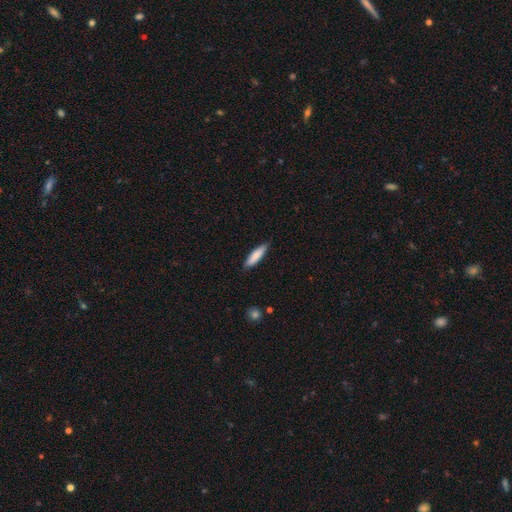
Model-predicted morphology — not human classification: Smooth or featured: smooth — 82% (featured or disk — 13%)
How rounded: cigar-shaped — 73% (in between — 26%)
Merging: none — 84% (minor disturbance — 13%)